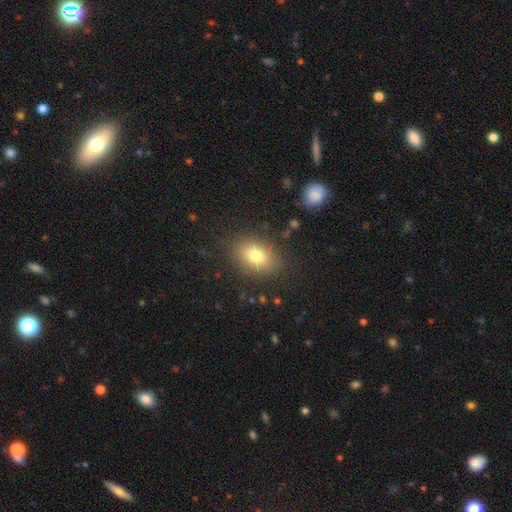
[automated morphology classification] smooth-or-featured: smooth: 77% | featured or disk: 12% | star or artifact: 10%
  how-rounded: in between: 79% | round: 19% | cigar-shaped: 2%
  merging: none: 84% | minor disturbance: 11% | major disturbance: 4% | merger: 1%